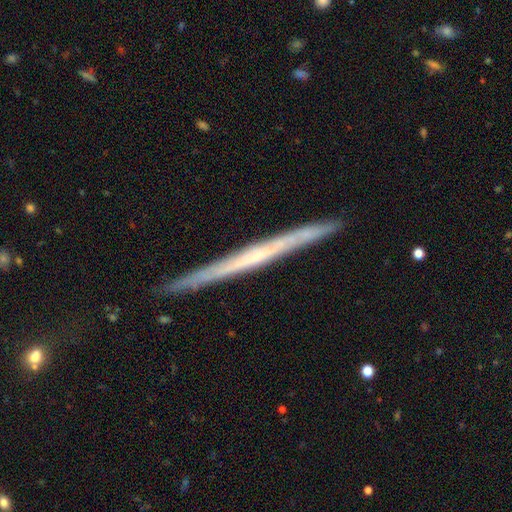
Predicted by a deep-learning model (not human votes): Smooth or featured? featured or disk (67%)
Edge-on disk? yes (97%)
Edge-on bulge? none (83%)
Merging? none (89%)